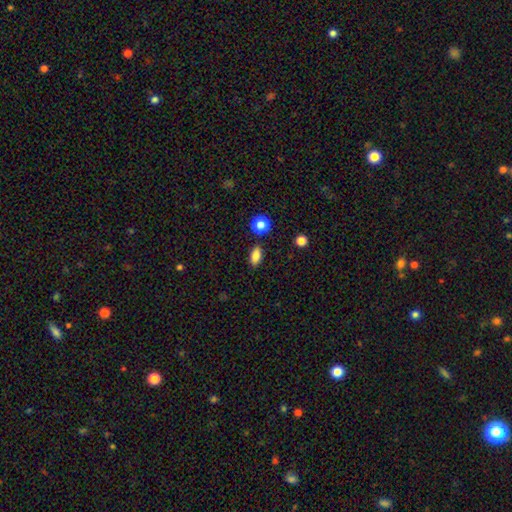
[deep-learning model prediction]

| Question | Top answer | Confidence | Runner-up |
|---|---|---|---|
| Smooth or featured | smooth | 84% | star or artifact (10%) |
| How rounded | in between | 84% | round (9%) |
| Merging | none | 86% | minor disturbance (9%) |